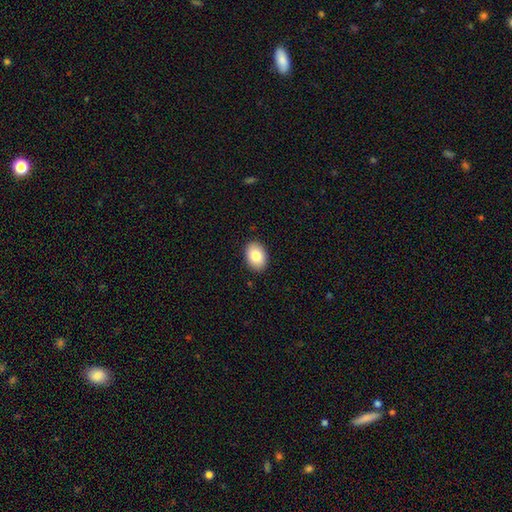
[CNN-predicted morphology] Smooth or featured?
  - smooth: 83% *
  - featured or disk: 10%
  - star or artifact: 7%
How rounded?
  - in between: 78% *
  - round: 21%
  - cigar-shaped: 1%
Merging?
  - none: 90% *
  - minor disturbance: 7%
  - major disturbance: 2%
  - merger: 1%